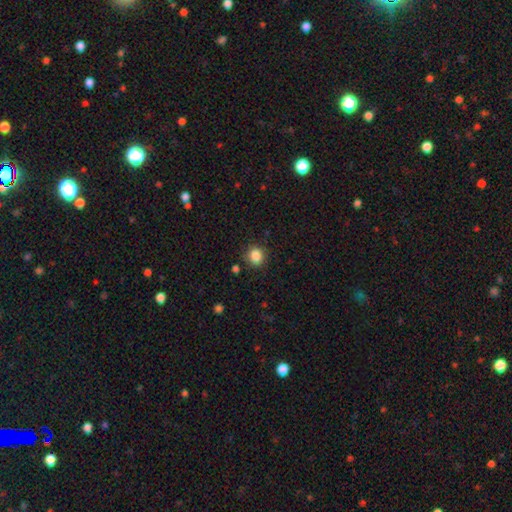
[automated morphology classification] The model was most divided on "how rounded": round: 82%, in between: 17%, cigar-shaped: 1%. More confident: merging — none (86%); smooth or featured — smooth (85%).